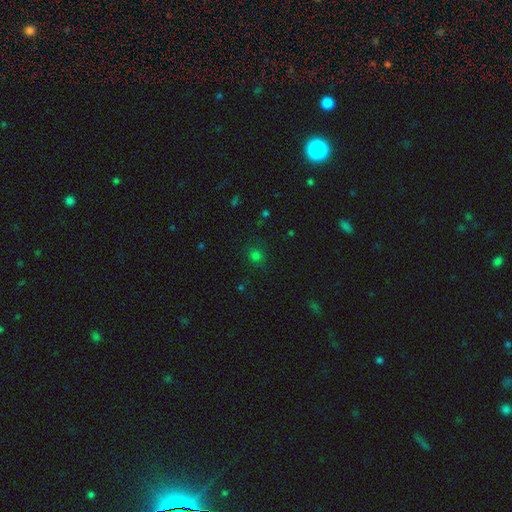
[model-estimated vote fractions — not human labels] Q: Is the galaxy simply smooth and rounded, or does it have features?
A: smooth — 72%.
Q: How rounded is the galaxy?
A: round — 81%.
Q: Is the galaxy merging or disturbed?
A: none — 80%.